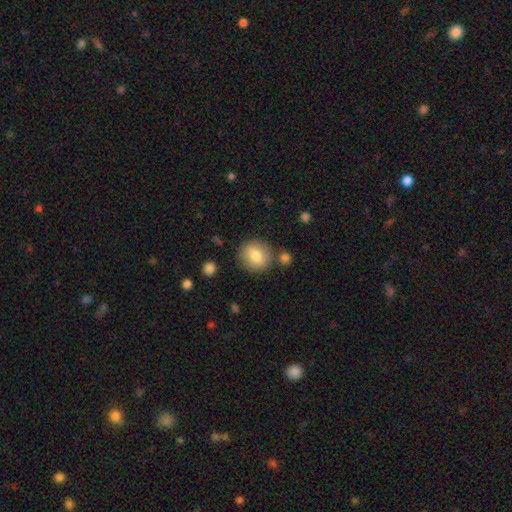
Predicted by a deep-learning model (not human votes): smooth-or-featured: smooth: 79% | featured or disk: 13% | star or artifact: 8%
  how-rounded: round: 86% | in between: 13% | cigar-shaped: 1%
  merging: none: 80% | minor disturbance: 10% | merger: 7% | major disturbance: 3%